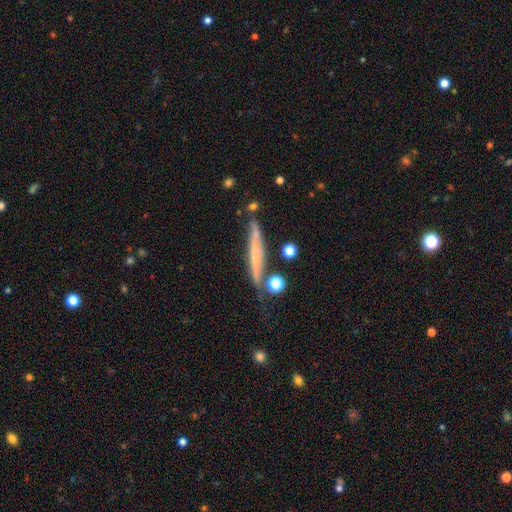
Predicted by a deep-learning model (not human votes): This is possibly a featured or disk galaxy (47%). Merging: likely none (63%).